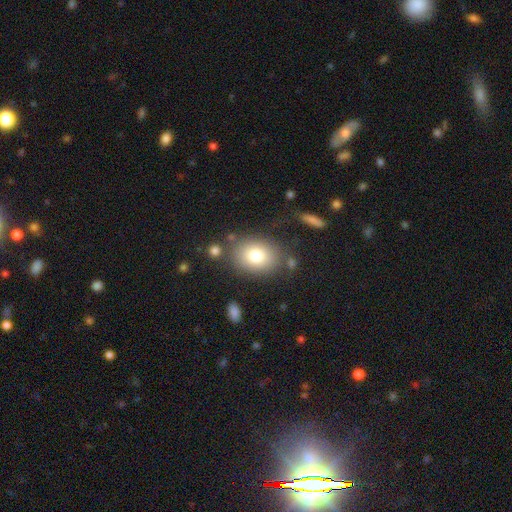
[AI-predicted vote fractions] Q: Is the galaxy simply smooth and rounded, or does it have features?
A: smooth — 78%.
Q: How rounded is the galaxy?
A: in between — 60%.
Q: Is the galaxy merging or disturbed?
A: none — 77%.